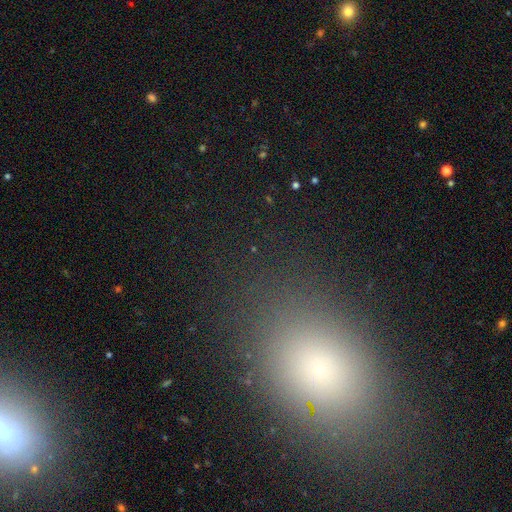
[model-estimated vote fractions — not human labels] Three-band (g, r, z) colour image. It shows a smooth galaxy with no disk features (65%) that is in between round and cigar-shaped (68%). Merging: none (84%).